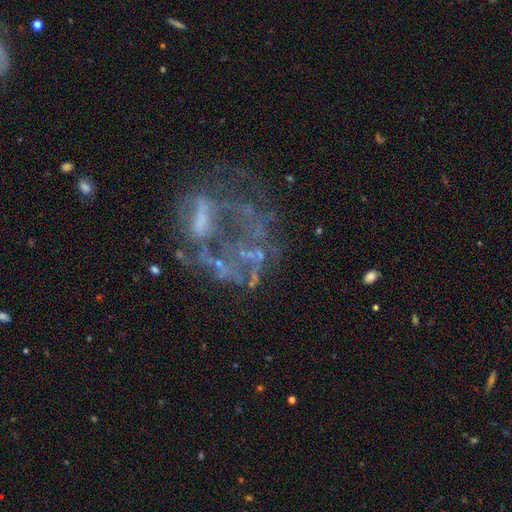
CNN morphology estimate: featured or disk 64%, star or artifact 22%, smooth 14%. Down the decision tree: edge-on disk — no (97%); bar — no (77%); spiral arms — no (83%); bulge size — none (69%); merging — major disturbance (44%).